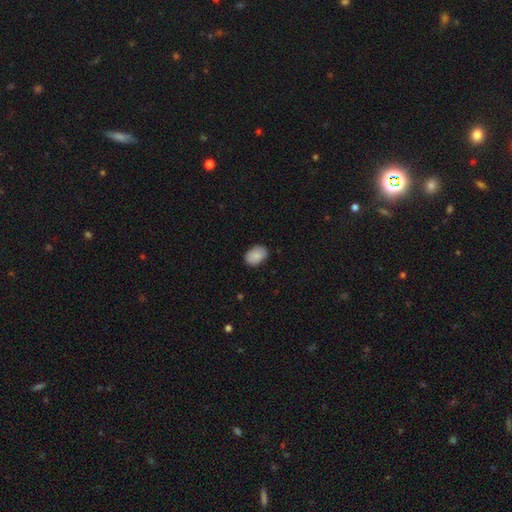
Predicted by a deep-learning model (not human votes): Smooth or featured?
  - smooth: 87% *
  - featured or disk: 7%
  - star or artifact: 7%
How rounded?
  - in between: 82% *
  - round: 17%
  - cigar-shaped: 1%
Merging?
  - none: 85% *
  - minor disturbance: 12%
  - major disturbance: 2%
  - merger: 1%